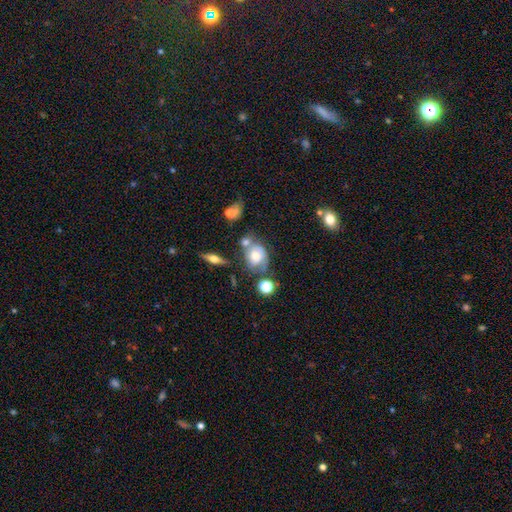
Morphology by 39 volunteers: smooth_or_featured: featured or disk (p=0.54) [alt: smooth p=0.36]
disk_edge_on: no (p=0.81) [alt: yes p=0.19]
bar: no (p=0.82) [alt: strong p=0.12]
has_spiral_arms: yes (p=0.53) [alt: no p=0.47]
spiral_winding: medium (p=0.44) [alt: tight p=0.33]
spiral_arm_count: 1 (p=0.56) [alt: 2 p=0.22]
bulge_size: moderate (p=0.53) [alt: large p=0.35]
merging: none (p=0.34) [alt: merger p=0.26]